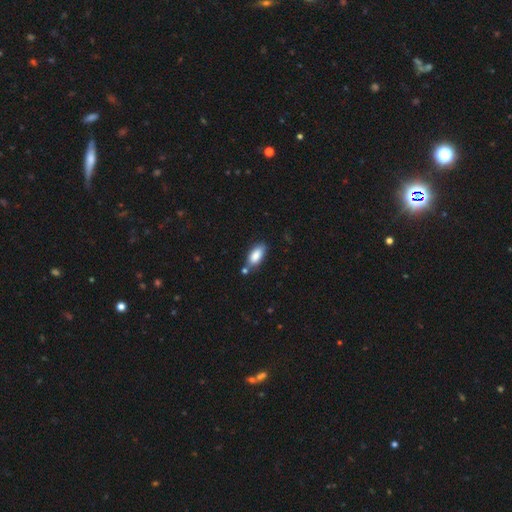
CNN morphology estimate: Overall: smooth (86%). How rounded: in between (88%). Merging: none (68%).